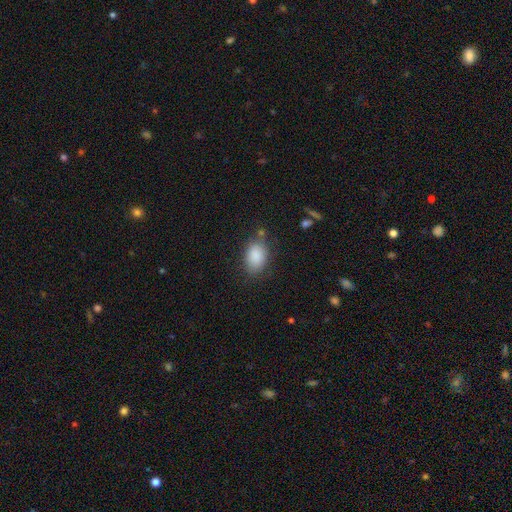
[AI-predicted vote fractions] Smooth or featured? Predicted: smooth (p=0.88). How rounded? Predicted: in between (p=0.85). Merging? Predicted: none (p=0.75).